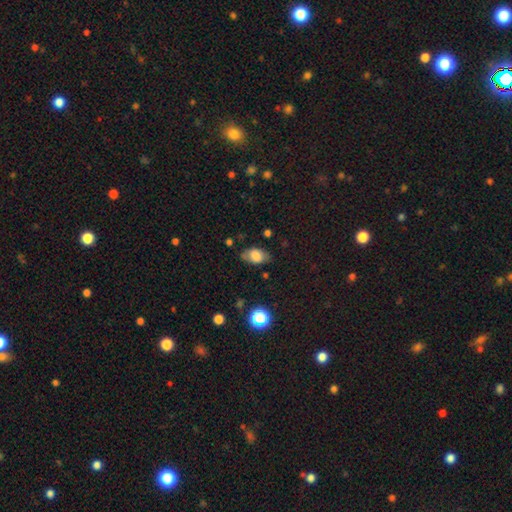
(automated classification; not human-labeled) smooth_or_featured: smooth (p=0.72) [alt: featured or disk p=0.18]
how_rounded: in between (p=0.89) [alt: round p=0.09]
merging: none (p=0.72) [alt: minor disturbance p=0.20]